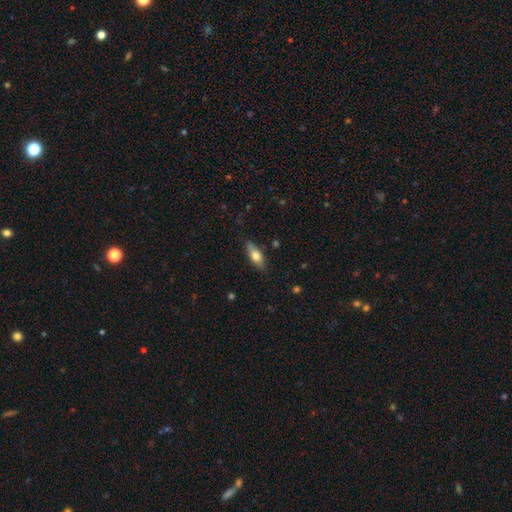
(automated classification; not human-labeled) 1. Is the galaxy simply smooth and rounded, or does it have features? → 66% smooth, 28% featured or disk, 7% star or artifact.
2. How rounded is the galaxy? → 72% in between, 25% cigar-shaped, 3% round.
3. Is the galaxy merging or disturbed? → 81% none, 15% minor disturbance, 3% major disturbance, 1% merger.